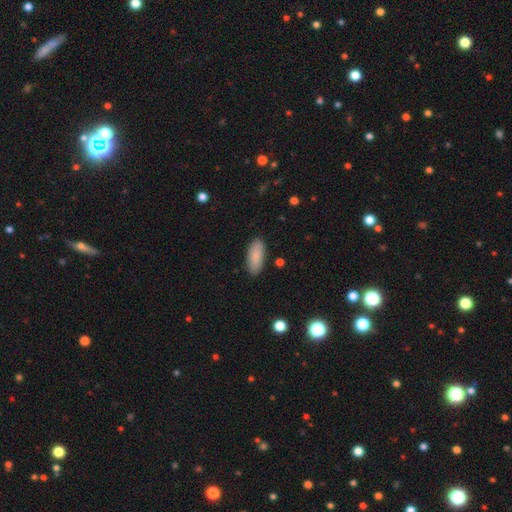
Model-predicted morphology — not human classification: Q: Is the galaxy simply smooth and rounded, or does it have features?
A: smooth — 88%.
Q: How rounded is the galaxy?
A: in between — 83%.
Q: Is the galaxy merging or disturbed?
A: none — 87%.